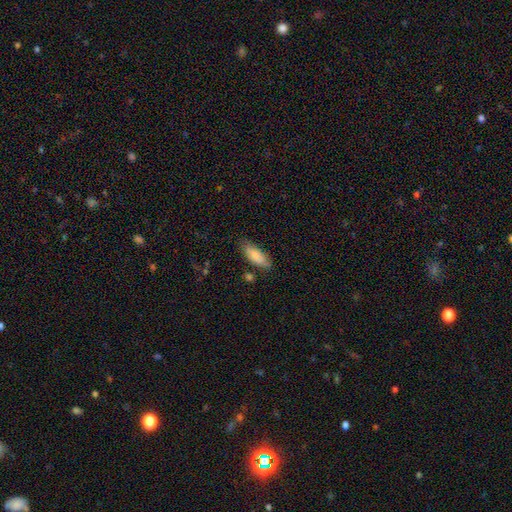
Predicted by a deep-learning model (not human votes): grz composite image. It shows a smooth galaxy with no disk features (83%) that is in between round and cigar-shaped (76%). Merging: none (73%).